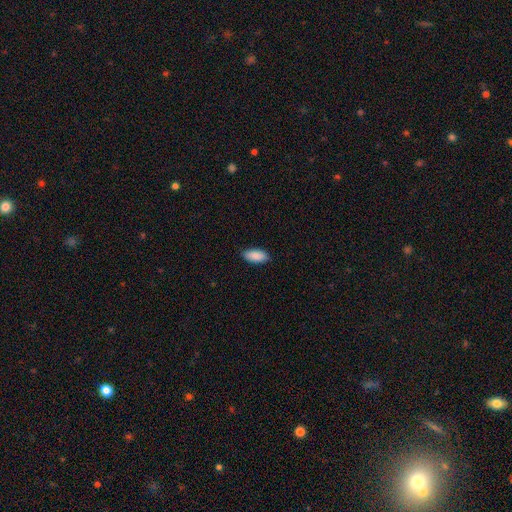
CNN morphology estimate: A smooth galaxy with no disk features (90%) that is in between round and cigar-shaped (90%).

Vote fractions:
- Smooth or featured? smooth: 90% / star or artifact: 6% / featured or disk: 4%
- How rounded? in between: 90% / cigar-shaped: 9% / round: 2%
- Merging? none: 88% / minor disturbance: 9% / major disturbance: 2% / merger: 1%